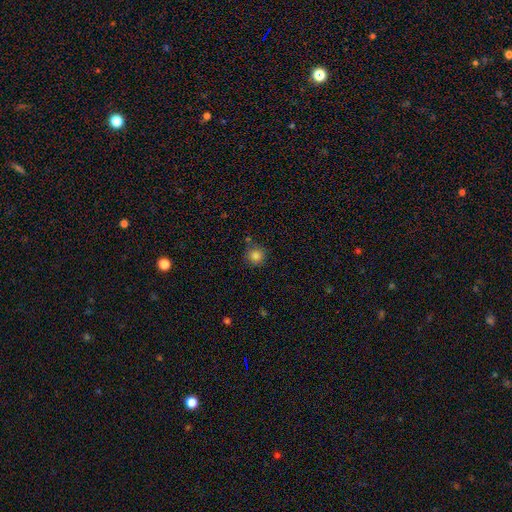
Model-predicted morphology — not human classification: Overall: smooth (84%). How rounded: round (94%). Merging: none (80%).